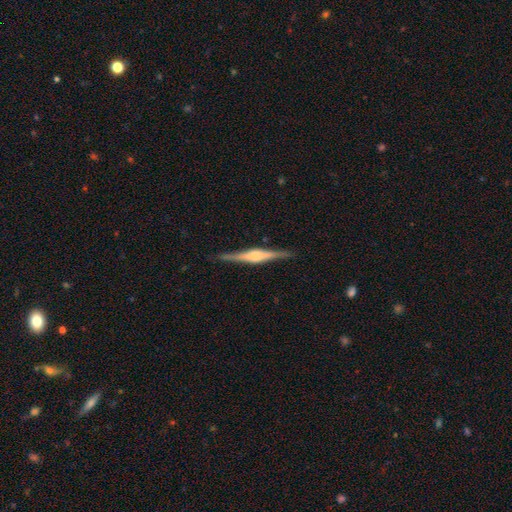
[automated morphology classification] Smooth or featured?
  - featured or disk: 80% *
  - smooth: 14%
  - star or artifact: 5%
Edge-on disk?
  - yes: 98% *
  - no: 2%
Edge-on bulge?
  - rounded: 62% *
  - boxy: 32%
  - none: 6%
Merging?
  - none: 90% *
  - minor disturbance: 8%
  - major disturbance: 2%
  - merger: 1%